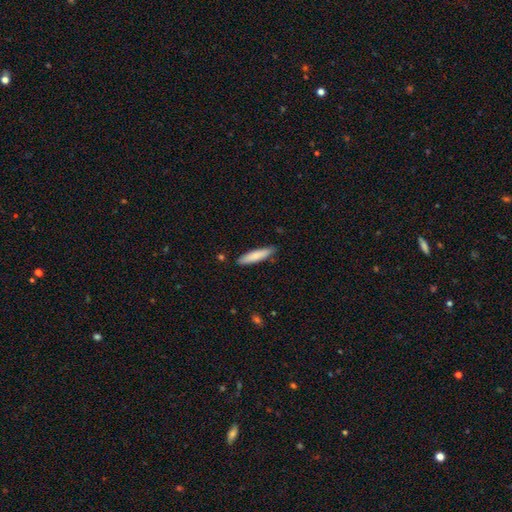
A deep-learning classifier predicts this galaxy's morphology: A smooth galaxy with no disk features (82%) that is cigar-shaped (82%). Merging: none (85%).